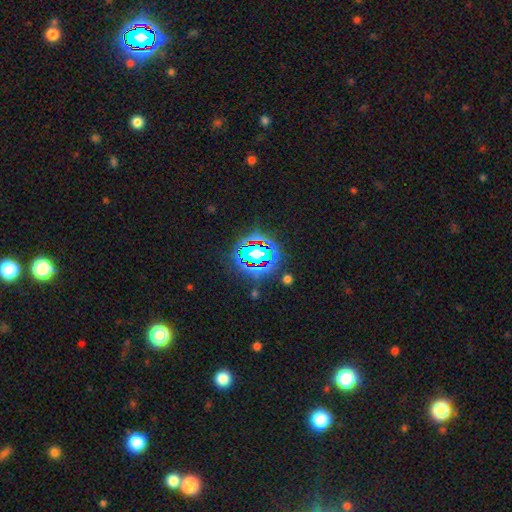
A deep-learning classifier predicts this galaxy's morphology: Q: Smooth or featured?
A: star or artifact (78%); runner-up: smooth (14%)